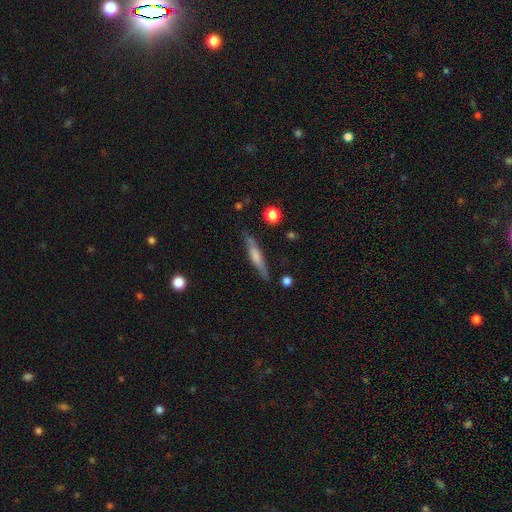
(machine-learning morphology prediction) smooth_or_featured: smooth (p=0.50) [alt: featured or disk p=0.44]
how_rounded: cigar-shaped (p=0.90) [alt: in between p=0.08]
merging: none (p=0.81) [alt: minor disturbance p=0.14]